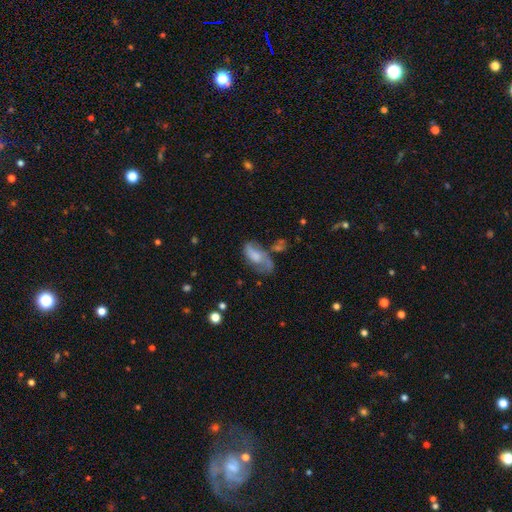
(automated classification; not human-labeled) A featured or disk galaxy (52%).

Vote fractions:
- Smooth or featured? featured or disk: 52% / smooth: 39% / star or artifact: 9%
- Edge-on disk? no: 94% / yes: 6%
- Merging? none: 37% / major disturbance: 27% / minor disturbance: 25% / merger: 10%